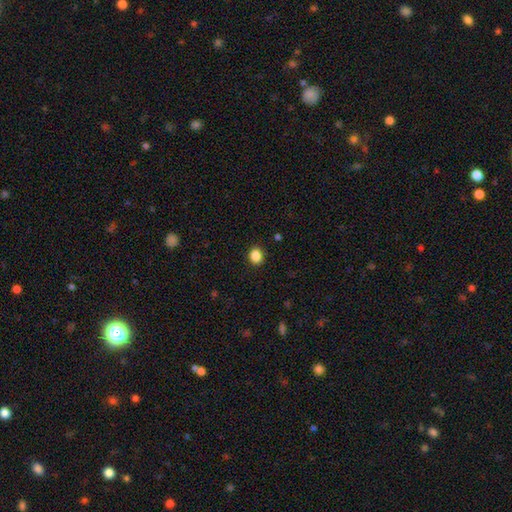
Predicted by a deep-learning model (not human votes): smooth 87%, star or artifact 10%, featured or disk 3%. Down the decision tree: how rounded — round (61%); merging — none (90%).